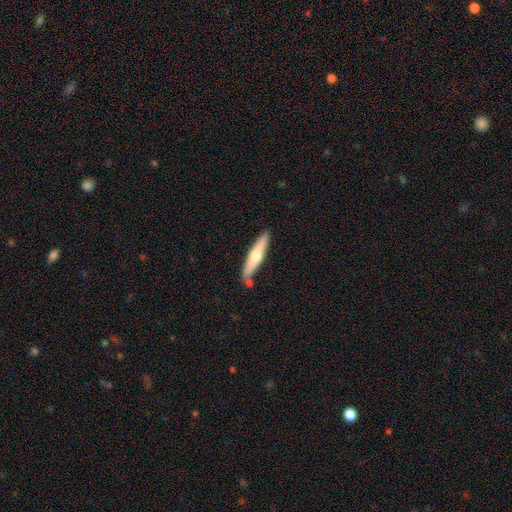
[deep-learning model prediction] Morphology: type=smooth (52%); roundness=cigar-shaped (88%); merging=none (80%).